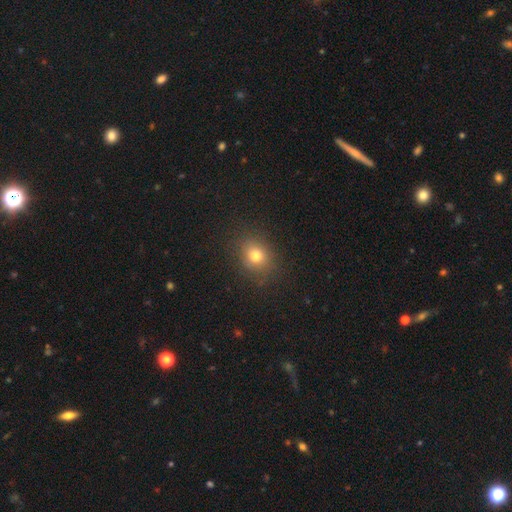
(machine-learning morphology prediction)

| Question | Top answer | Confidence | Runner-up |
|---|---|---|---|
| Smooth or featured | smooth | 77% | star or artifact (15%) |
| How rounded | round | 65% | in between (34%) |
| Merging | none | 84% | minor disturbance (11%) |